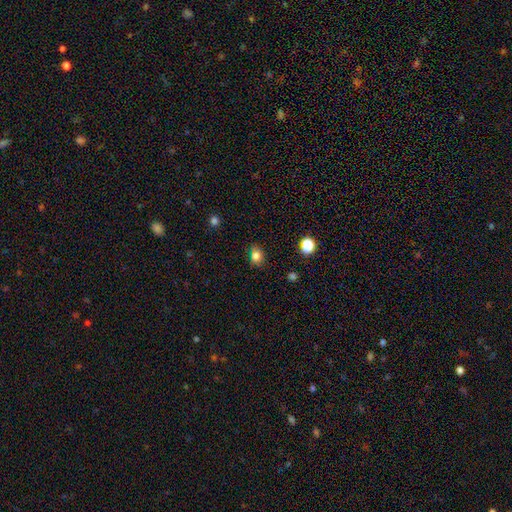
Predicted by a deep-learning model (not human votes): This is clearly a smooth galaxy (83%). How rounded: possibly round (54%). Merging: likely none (79%).